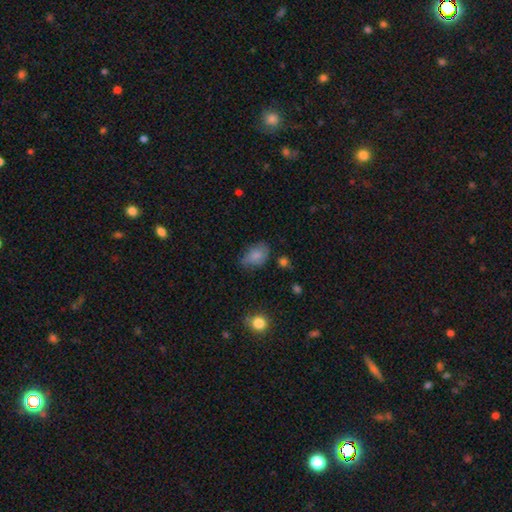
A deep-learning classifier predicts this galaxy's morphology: smooth_or_featured: smooth (p=0.80) [alt: featured or disk p=0.11]
how_rounded: in between (p=0.84) [alt: round p=0.14]
merging: none (p=0.57) [alt: minor disturbance p=0.32]